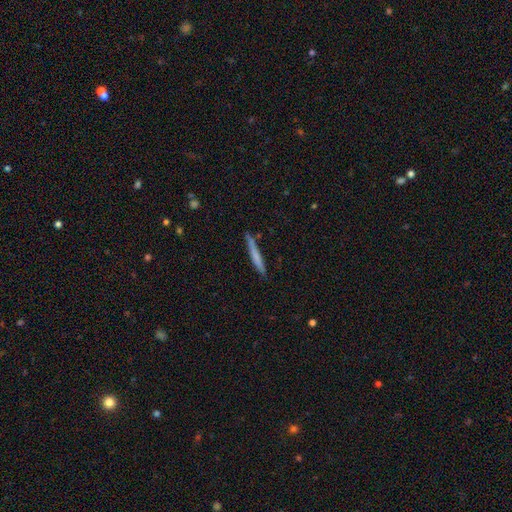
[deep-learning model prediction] Smooth or featured? Predicted: smooth (p=0.65). How rounded? Predicted: cigar-shaped (p=0.96). Merging? Predicted: none (p=0.84).